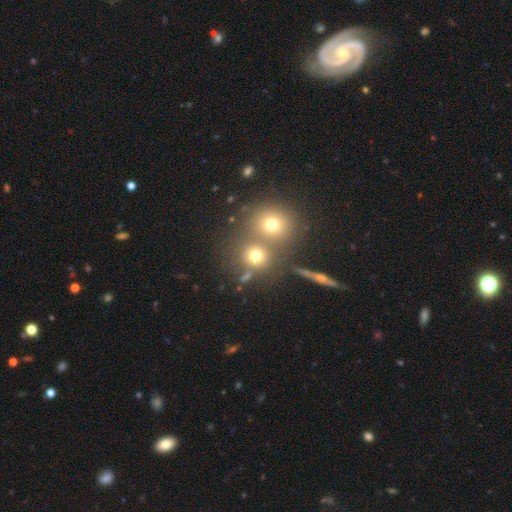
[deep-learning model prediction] A smooth galaxy with no disk features (69%) that is round (86%). Merging: none (54%).